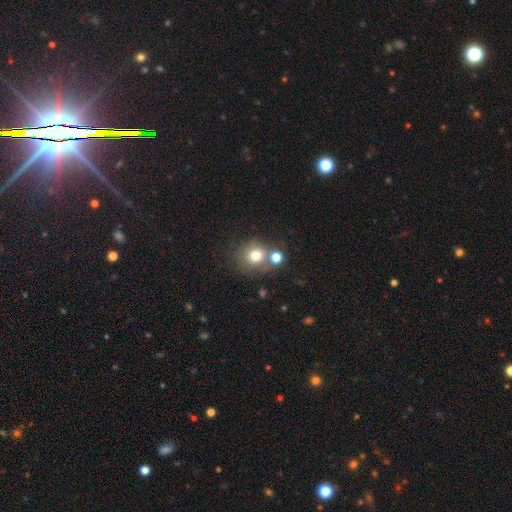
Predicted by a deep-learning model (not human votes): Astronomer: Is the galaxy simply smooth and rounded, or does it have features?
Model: smooth — 76%.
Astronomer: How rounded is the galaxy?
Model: round — 82%.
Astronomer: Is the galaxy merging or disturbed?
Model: none — 56%.